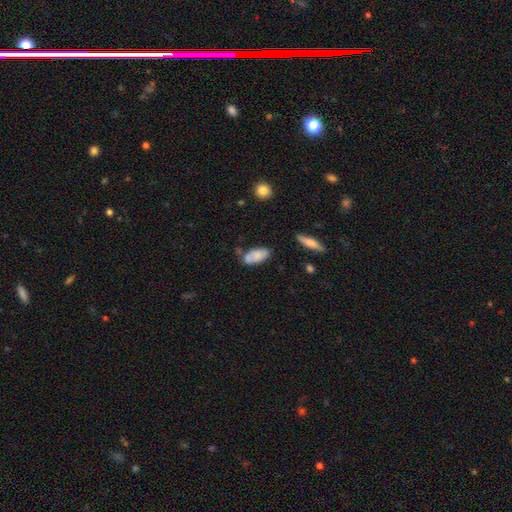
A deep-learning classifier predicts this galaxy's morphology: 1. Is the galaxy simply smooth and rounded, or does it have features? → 72% smooth, 20% featured or disk, 7% star or artifact.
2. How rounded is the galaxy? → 89% in between, 8% cigar-shaped, 3% round.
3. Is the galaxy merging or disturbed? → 61% none, 22% minor disturbance, 12% merger, 5% major disturbance.